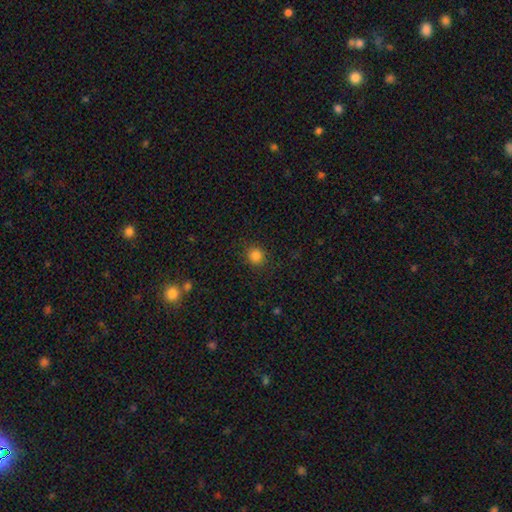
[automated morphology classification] This is clearly a smooth galaxy (84%). How rounded: clearly round (90%). Merging: clearly none (89%).